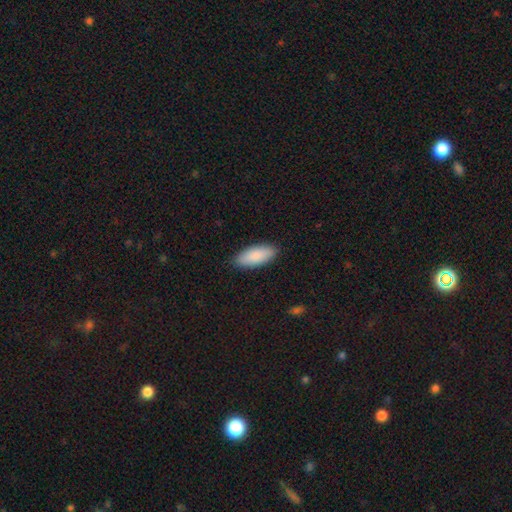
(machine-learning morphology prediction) The model was most divided on "how rounded": in between: 83%, cigar-shaped: 15%, round: 2%. More confident: merging — none (89%); smooth or featured — smooth (89%).